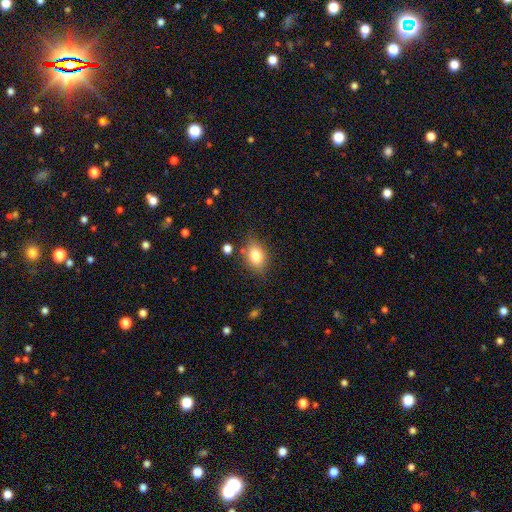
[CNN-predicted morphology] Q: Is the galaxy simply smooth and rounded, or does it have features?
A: smooth — 80%.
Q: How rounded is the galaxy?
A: in between — 75%.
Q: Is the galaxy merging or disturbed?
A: none — 75%.